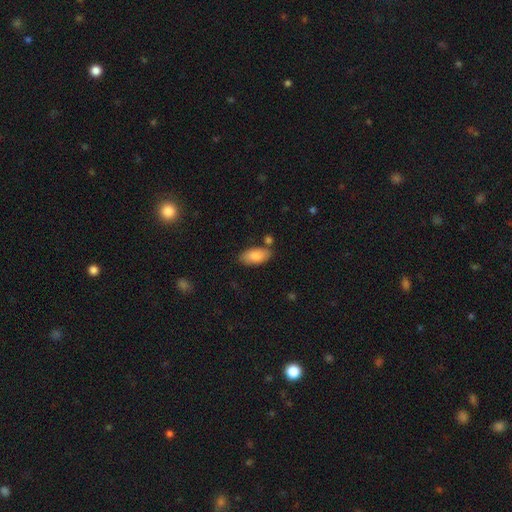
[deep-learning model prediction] This appears to be a smooth galaxy with no disk features (86%) that is in between round and cigar-shaped (92%). Merging: none (76%).